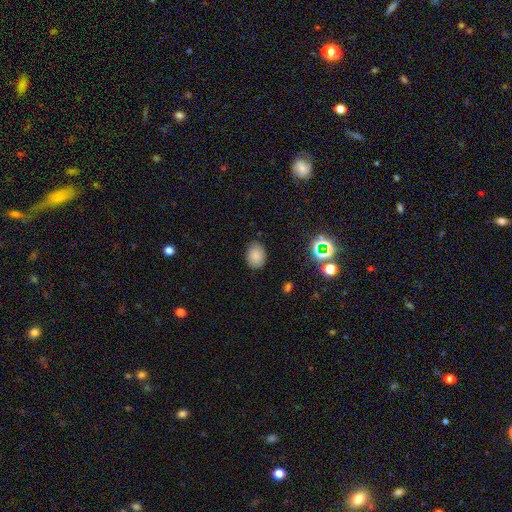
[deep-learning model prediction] Smooth or featured: smooth — 81% (star or artifact — 13%)
How rounded: in between — 74% (round — 25%)
Merging: none — 84% (minor disturbance — 12%)